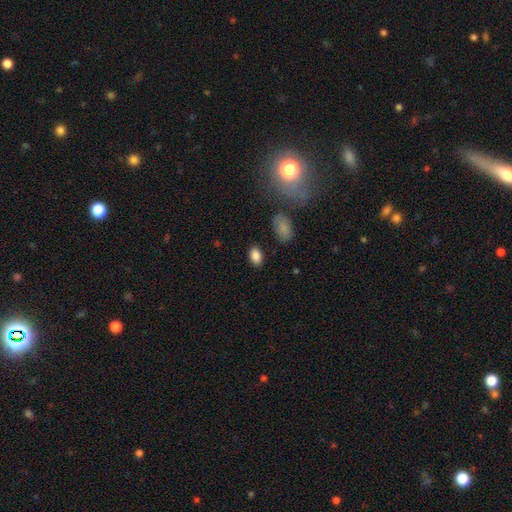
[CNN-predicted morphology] smooth-or-featured: smooth: 87% | star or artifact: 8% | featured or disk: 5%
  how-rounded: in between: 90% | round: 9% | cigar-shaped: 2%
  merging: none: 85% | minor disturbance: 10% | major disturbance: 3% | merger: 2%